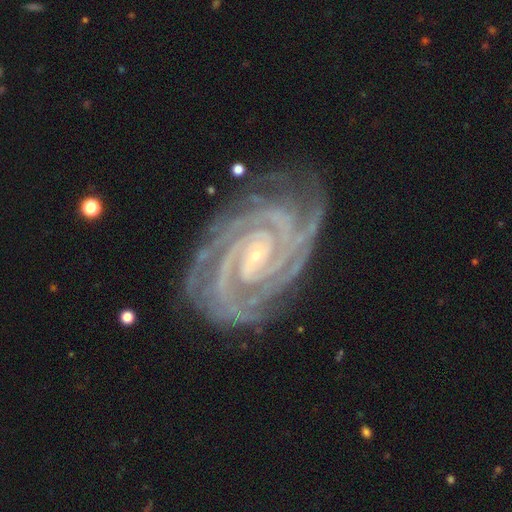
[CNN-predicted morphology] Smooth or featured? featured or disk (94%)
Edge-on disk? no (98%)
Bar? no (44%)
Spiral arms? yes (99%)
Spiral winding? tight (84%)
Spiral arm count? 2 (29%)
Bulge size? small (85%)
Merging? none (77%)